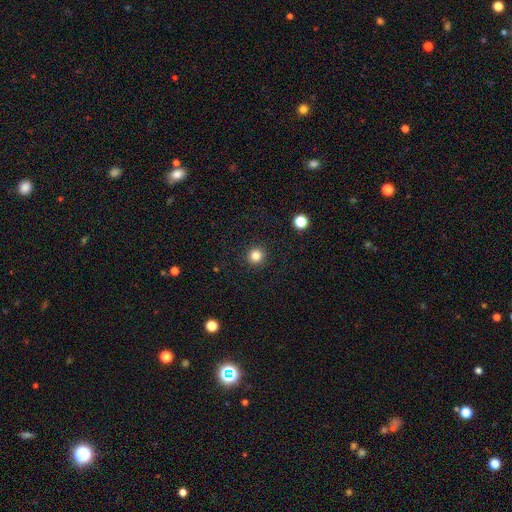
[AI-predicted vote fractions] A smooth galaxy with no disk features (83%) that is round (95%).

Vote fractions:
- Smooth or featured? smooth: 83% / star or artifact: 12% / featured or disk: 5%
- How rounded? round: 95% / in between: 5% / cigar-shaped: 1%
- Merging? none: 92% / minor disturbance: 5% / major disturbance: 2% / merger: 1%